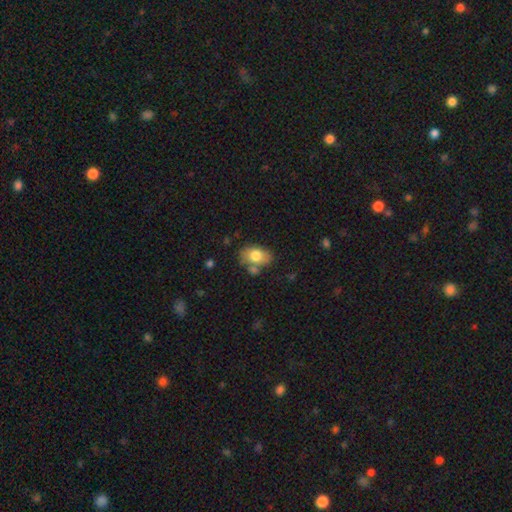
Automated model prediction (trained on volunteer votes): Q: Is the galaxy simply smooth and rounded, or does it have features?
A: smooth — 76%.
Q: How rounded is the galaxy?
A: in between — 82%.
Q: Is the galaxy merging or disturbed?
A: none — 63%.